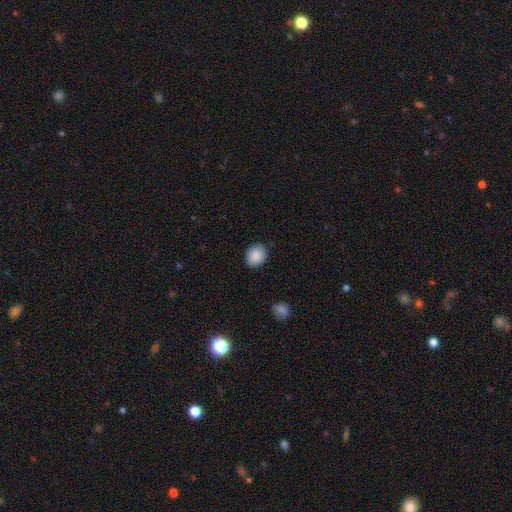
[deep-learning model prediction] smooth 88%, star or artifact 7%, featured or disk 5%. Down the decision tree: how rounded — round (65%); merging — none (81%).